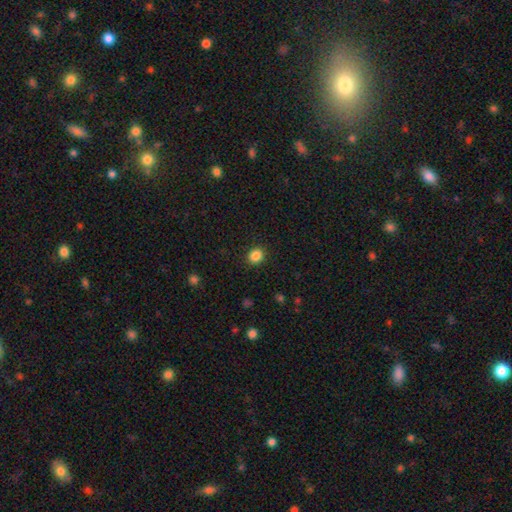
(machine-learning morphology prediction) smooth 86%, star or artifact 10%, featured or disk 4%. Down the decision tree: how rounded — round (72%); merging — none (90%).